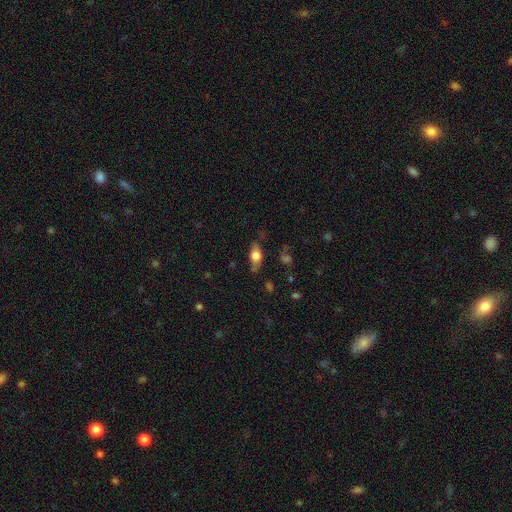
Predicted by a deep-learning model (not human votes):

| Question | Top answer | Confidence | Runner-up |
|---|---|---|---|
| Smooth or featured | smooth | 63% | featured or disk (28%) |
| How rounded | in between | 78% | cigar-shaped (15%) |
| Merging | none | 69% | minor disturbance (22%) |